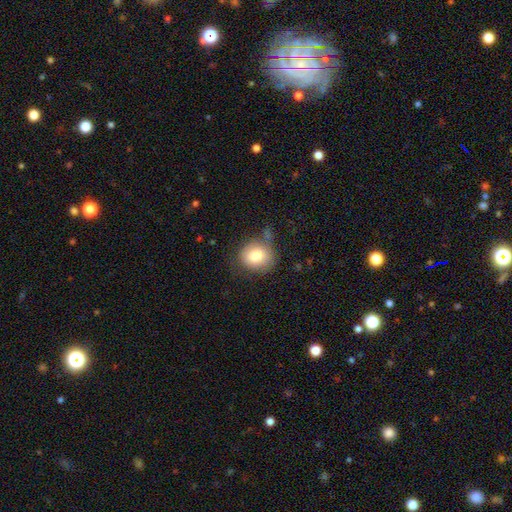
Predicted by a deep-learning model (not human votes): Overall: smooth (80%). How rounded: round (78%). Merging: none (66%).